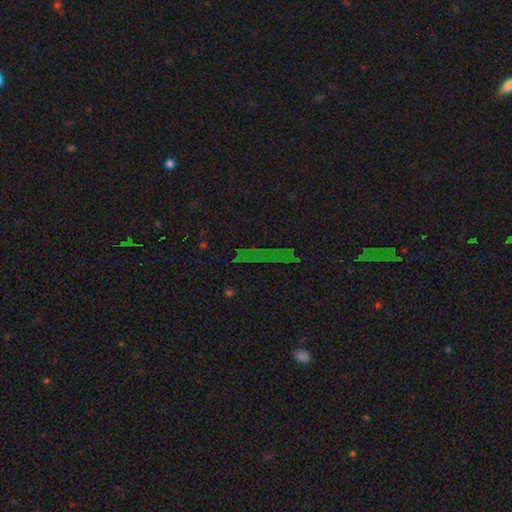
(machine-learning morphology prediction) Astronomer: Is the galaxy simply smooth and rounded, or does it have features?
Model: star or artifact — 67%.